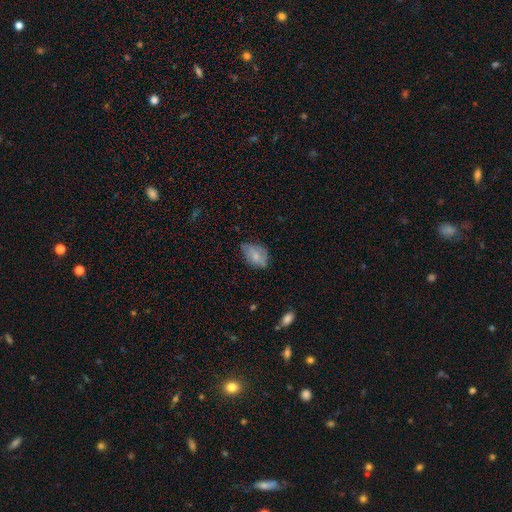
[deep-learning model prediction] Smooth or featured? smooth (70%)
How rounded? in between (86%)
Merging? none (51%)